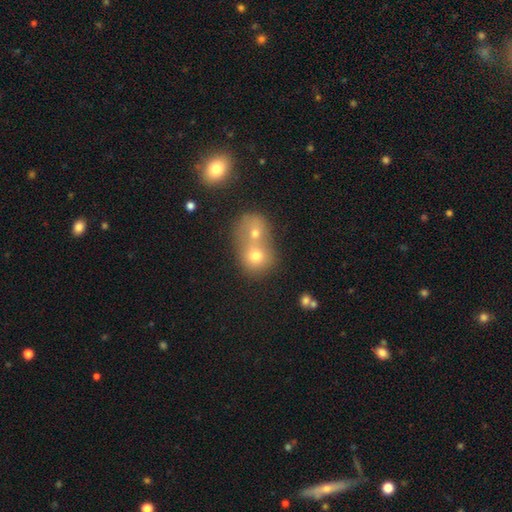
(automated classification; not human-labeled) A smooth galaxy with no disk features (70%) that is round (74%). Merging: merger (69%).